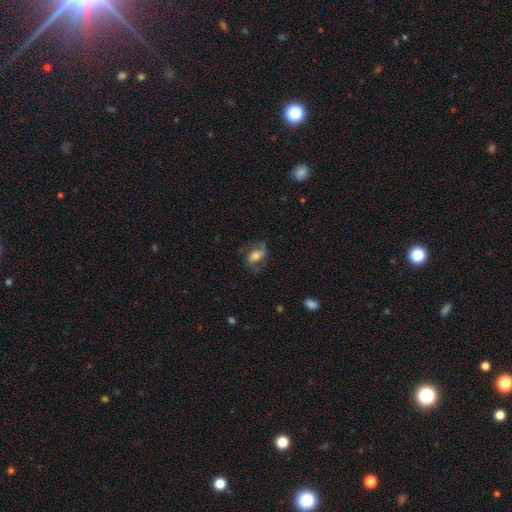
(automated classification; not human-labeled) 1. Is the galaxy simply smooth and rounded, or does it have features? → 49% featured or disk, 41% smooth, 10% star or artifact.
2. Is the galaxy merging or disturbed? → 59% none, 22% minor disturbance, 17% major disturbance, 2% merger.